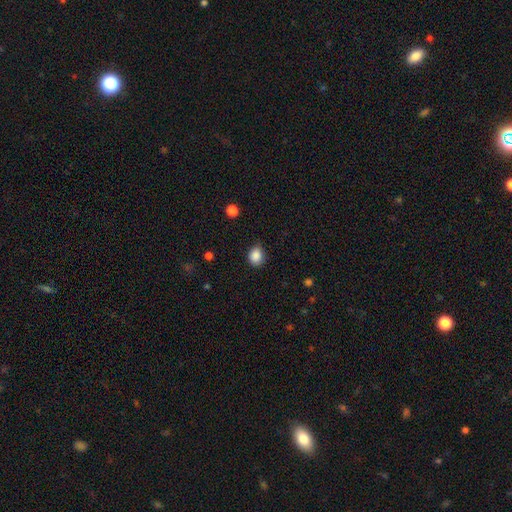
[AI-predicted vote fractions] The model was most divided on "how rounded": round: 58%, in between: 41%, cigar-shaped: 1%. More confident: smooth or featured — smooth (87%); merging — none (76%).